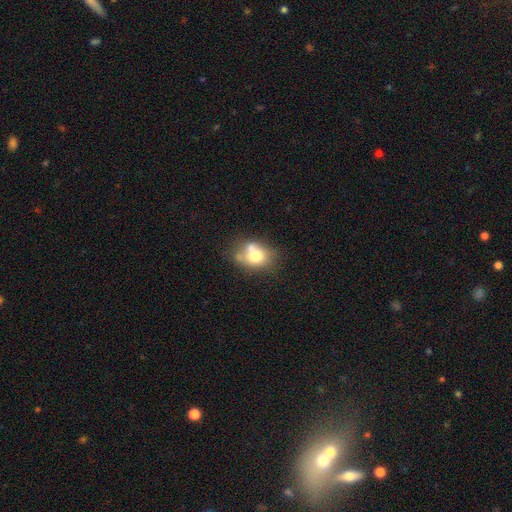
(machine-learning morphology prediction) A smooth galaxy with no disk features (67%) that is in between round and cigar-shaped (57%).

Vote fractions:
- Smooth or featured? smooth: 67% / featured or disk: 23% / star or artifact: 11%
- How rounded? in between: 57% / round: 42% / cigar-shaped: 1%
- Merging? none: 37% / merger: 32% / minor disturbance: 20% / major disturbance: 10%